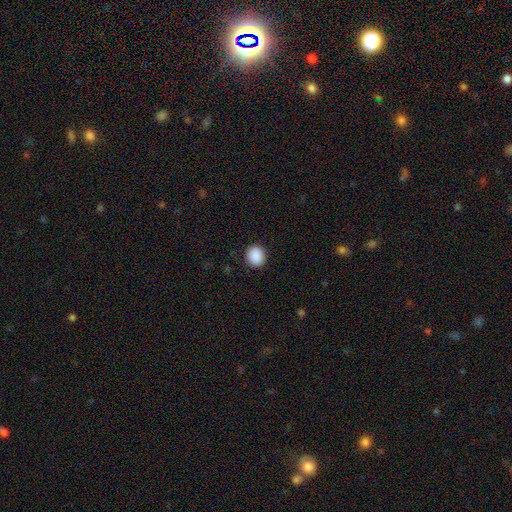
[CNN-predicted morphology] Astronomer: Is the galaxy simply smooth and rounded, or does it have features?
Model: smooth — 90%.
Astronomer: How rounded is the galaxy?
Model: round — 86%.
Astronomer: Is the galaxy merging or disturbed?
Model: none — 91%.